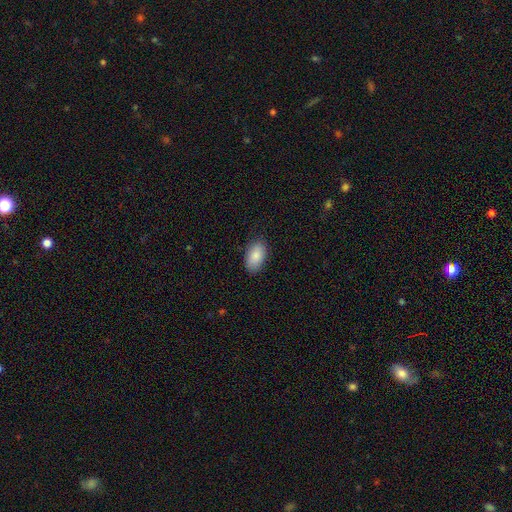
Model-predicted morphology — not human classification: smooth_or_featured: smooth (p=0.87) [alt: featured or disk p=0.07]
how_rounded: in between (p=0.94) [alt: round p=0.04]
merging: none (p=0.84) [alt: minor disturbance p=0.12]